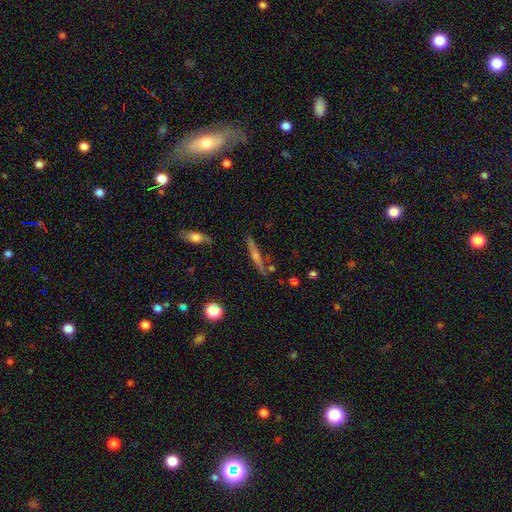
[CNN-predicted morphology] Overall: featured or disk (65%). Edge-on disk: yes (96%). Edge-on bulge: rounded (76%). Merging: none (83%).